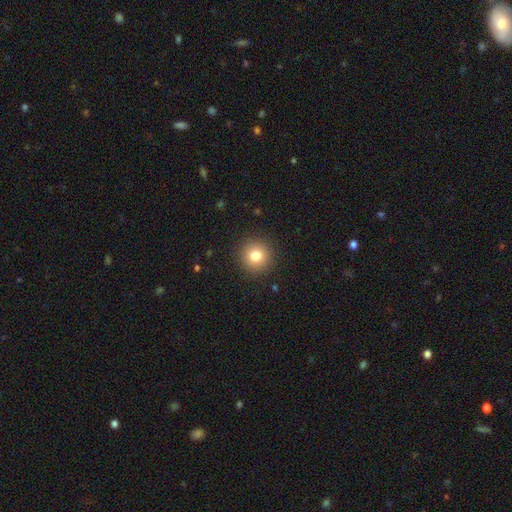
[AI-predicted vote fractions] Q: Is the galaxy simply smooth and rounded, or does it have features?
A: smooth — 80%.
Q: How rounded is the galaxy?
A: round — 94%.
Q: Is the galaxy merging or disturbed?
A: none — 91%.